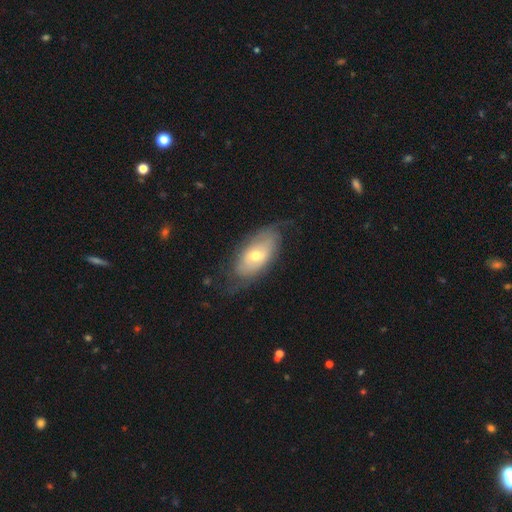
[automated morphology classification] Smooth or featured? Predicted: featured or disk (p=0.54). Edge-on disk? Predicted: no (p=0.85). Merging? Predicted: none (p=0.64).